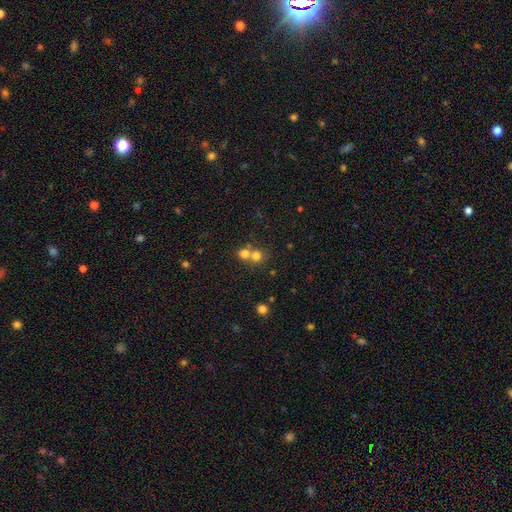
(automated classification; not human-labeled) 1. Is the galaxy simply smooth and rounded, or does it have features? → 75% smooth, 14% star or artifact, 11% featured or disk.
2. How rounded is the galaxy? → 84% round, 15% in between, 1% cigar-shaped.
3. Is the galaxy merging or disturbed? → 55% merger, 38% none, 5% minor disturbance, 2% major disturbance.